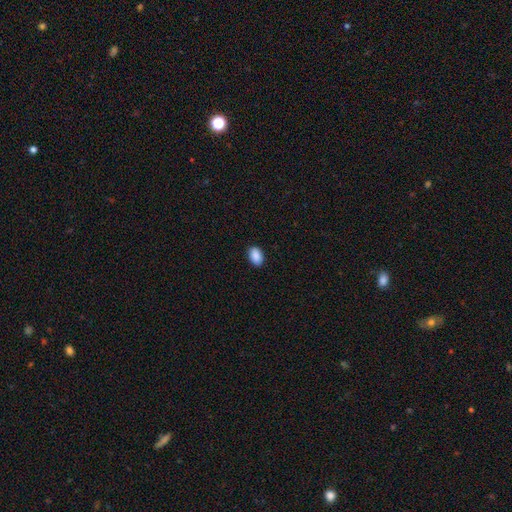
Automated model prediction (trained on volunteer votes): A smooth galaxy with no disk features (89%) that is in between round and cigar-shaped (86%).

Vote fractions:
- Smooth or featured? smooth: 89% / star or artifact: 7% / featured or disk: 3%
- How rounded? in between: 86% / round: 13% / cigar-shaped: 1%
- Merging? none: 90% / minor disturbance: 7% / major disturbance: 2% / merger: 1%